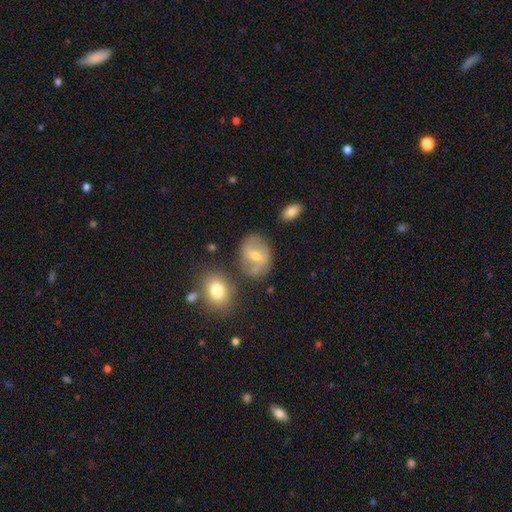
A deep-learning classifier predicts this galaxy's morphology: Overall: featured or disk (55%; smooth 35%). Edge-on disk: no (93%). Bar: weak (45%; strong 31%). Spiral arms: no (50%, tied with yes). Bulge size: moderate (56%; small 39%). Merging: none (67%).